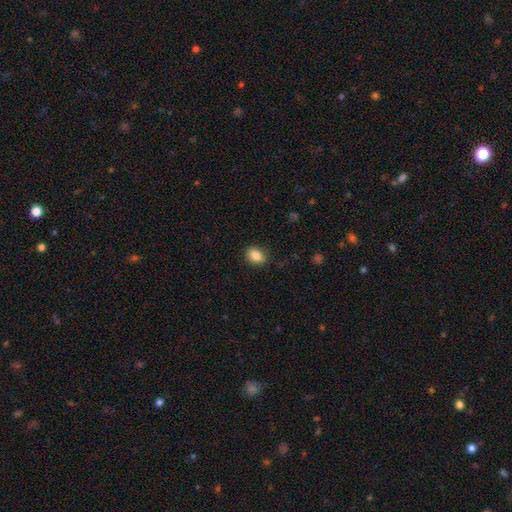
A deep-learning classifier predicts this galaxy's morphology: type=smooth (85%); roundness=in between (66%); merging=none (87%).